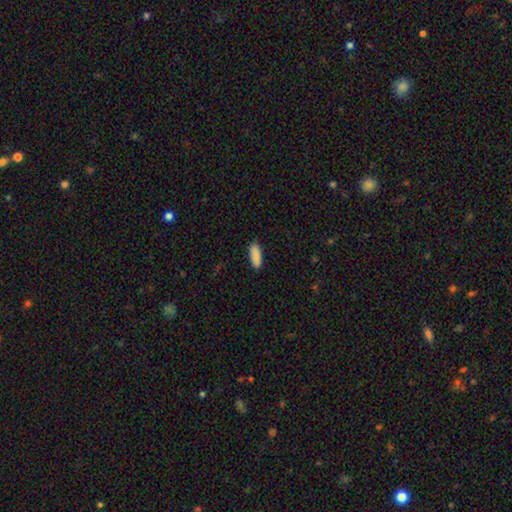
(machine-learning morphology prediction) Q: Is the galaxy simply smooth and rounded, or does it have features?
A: smooth — 89%.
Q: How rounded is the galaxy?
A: in between — 64%.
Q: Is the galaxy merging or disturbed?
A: none — 88%.